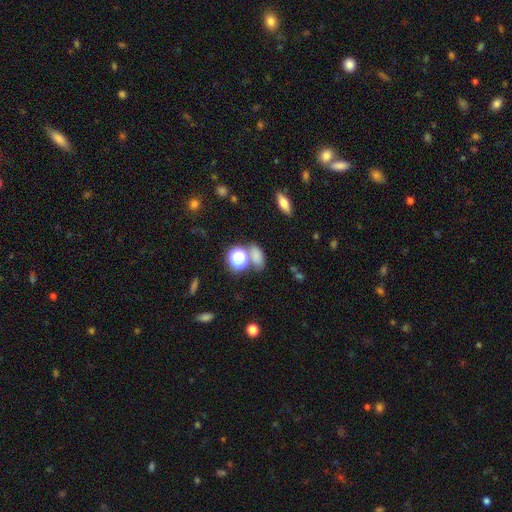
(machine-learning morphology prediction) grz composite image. It shows a smooth galaxy with no disk features (70%) that is in between round and cigar-shaped (69%). Merging: none (61%).